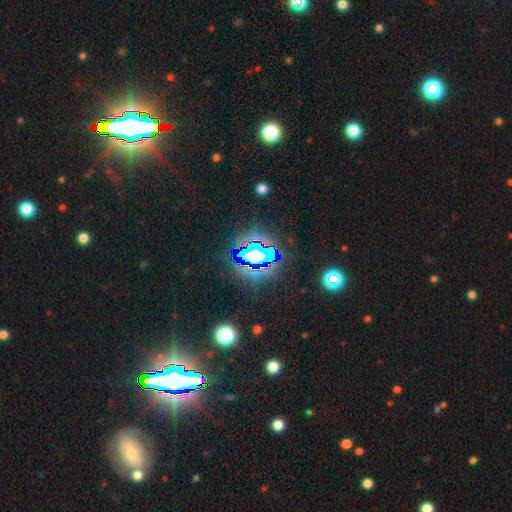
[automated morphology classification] Smooth or featured? star or artifact (74%)